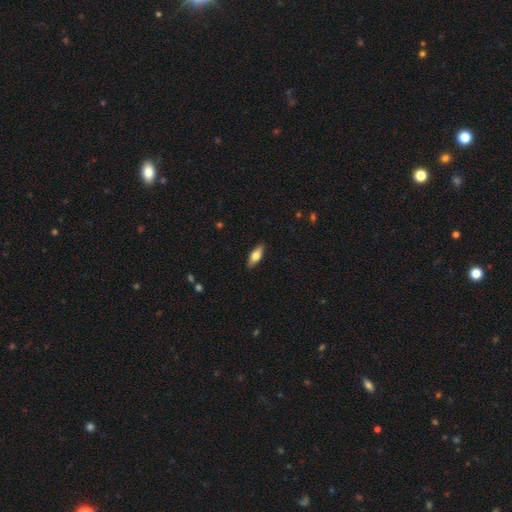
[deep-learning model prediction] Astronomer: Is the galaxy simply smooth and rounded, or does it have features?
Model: smooth — 75%.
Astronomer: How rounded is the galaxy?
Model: in between — 75%.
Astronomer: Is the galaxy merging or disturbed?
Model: none — 88%.